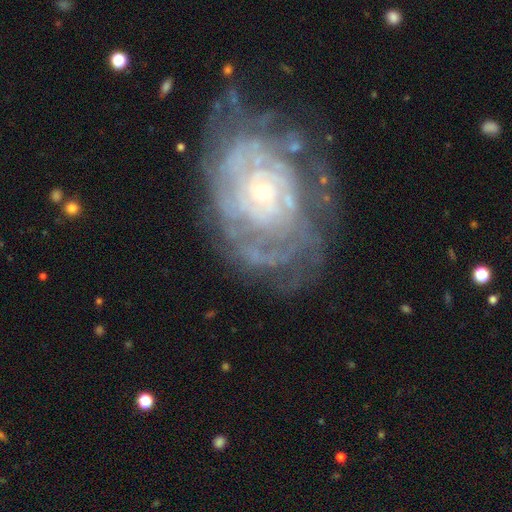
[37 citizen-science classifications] Q: Smooth or featured?
A: featured or disk (92%); runner-up: star or artifact (5%)
Q: Edge-on disk?
A: no (100%)
Q: Bar?
A: no (65%); runner-up: weak (26%)
Q: Spiral arms?
A: yes (91%); runner-up: no (9%)
Q: Spiral winding?
A: tight (58%); runner-up: medium (26%)
Q: Spiral arm count?
A: can't tell (39%); runner-up: 2 (19%)
Q: Bulge size?
A: small (76%); runner-up: moderate (18%)
Q: Merging?
A: none (69%); runner-up: minor disturbance (14%)